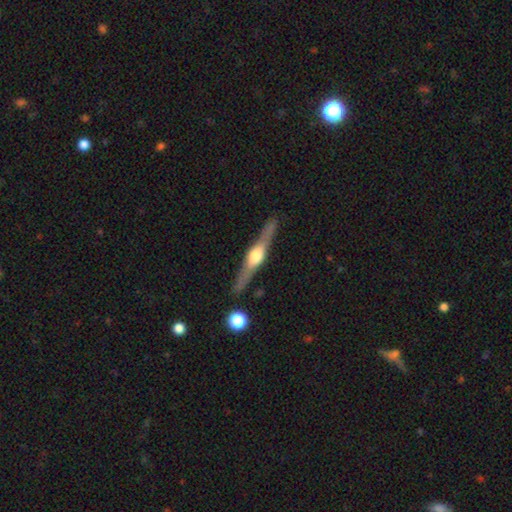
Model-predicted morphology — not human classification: Overall: featured or disk (78%). Edge-on disk: yes (97%). Edge-on bulge: rounded (92%). Merging: none (87%).